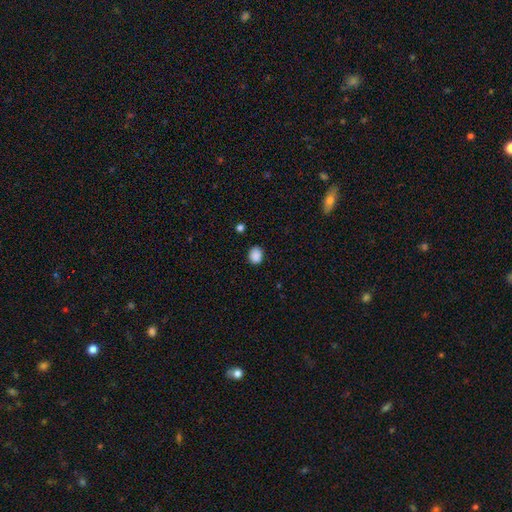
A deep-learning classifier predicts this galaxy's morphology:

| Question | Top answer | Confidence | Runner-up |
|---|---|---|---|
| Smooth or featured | smooth | 88% | star or artifact (9%) |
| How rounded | round | 52% | in between (47%) |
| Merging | none | 84% | minor disturbance (11%) |